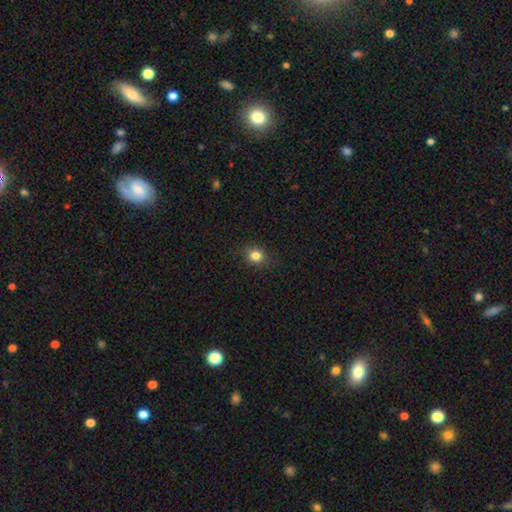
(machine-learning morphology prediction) Smooth or featured: smooth — 82% (star or artifact — 12%)
How rounded: round — 71% (in between — 28%)
Merging: none — 87% (minor disturbance — 9%)